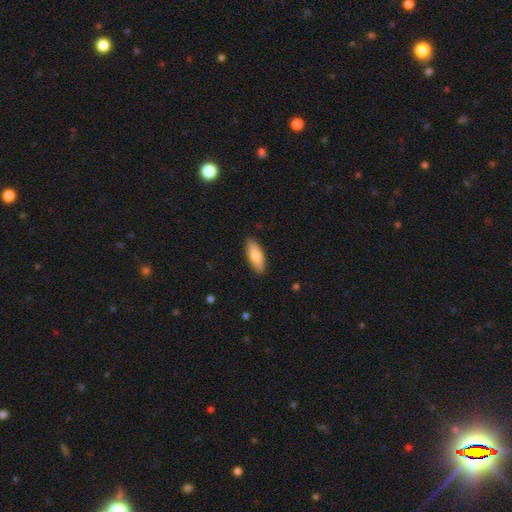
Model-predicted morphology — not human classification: type=smooth (81%); roundness=in between (75%); merging=none (88%).